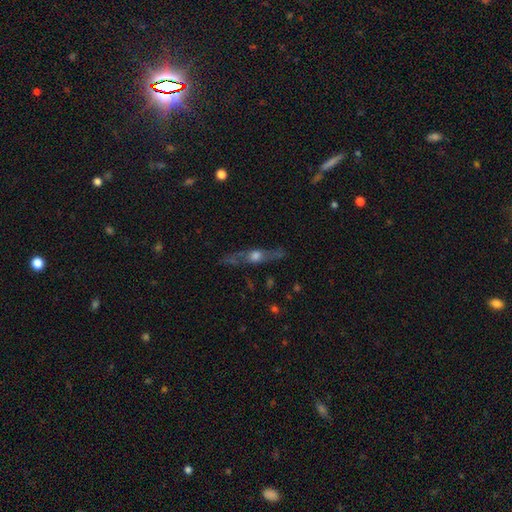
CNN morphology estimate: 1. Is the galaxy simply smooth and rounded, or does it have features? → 65% featured or disk, 25% smooth, 10% star or artifact.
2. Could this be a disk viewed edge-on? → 86% yes, 14% no.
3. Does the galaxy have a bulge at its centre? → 90% rounded, 5% boxy, 5% none.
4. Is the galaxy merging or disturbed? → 77% none, 14% minor disturbance, 6% major disturbance, 3% merger.